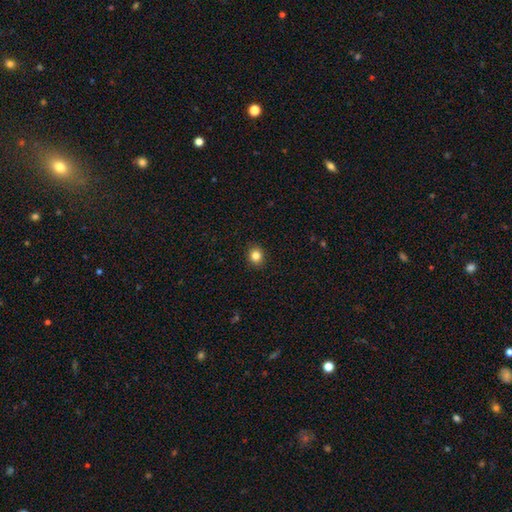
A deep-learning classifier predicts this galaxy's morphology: smooth-or-featured: smooth: 84% | star or artifact: 11% | featured or disk: 5%
  how-rounded: round: 77% | in between: 22% | cigar-shaped: 1%
  merging: none: 92% | minor disturbance: 6% | major disturbance: 2% | merger: 1%